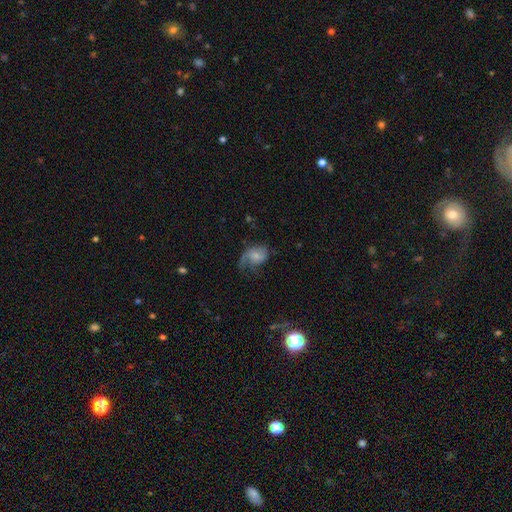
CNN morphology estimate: A featured or disk galaxy (50%).

Vote fractions:
- Smooth or featured? featured or disk: 50% / smooth: 41% / star or artifact: 9%
- Edge-on disk? no: 97% / yes: 3%
- Merging? major disturbance: 38% / none: 34% / minor disturbance: 26% / merger: 2%